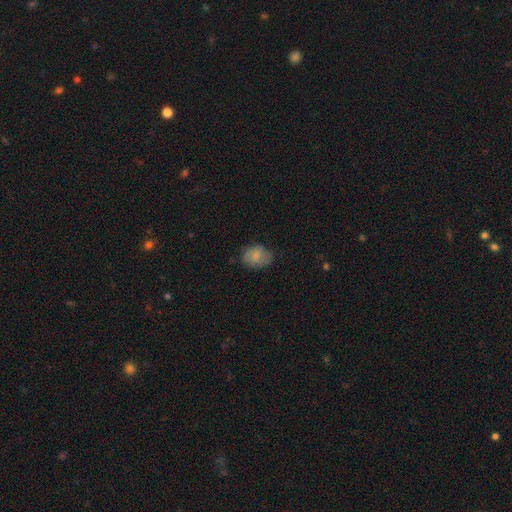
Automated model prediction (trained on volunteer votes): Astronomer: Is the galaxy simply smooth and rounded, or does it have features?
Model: smooth — 77%.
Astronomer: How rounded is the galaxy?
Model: in between — 66%.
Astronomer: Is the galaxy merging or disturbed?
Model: none — 68%.